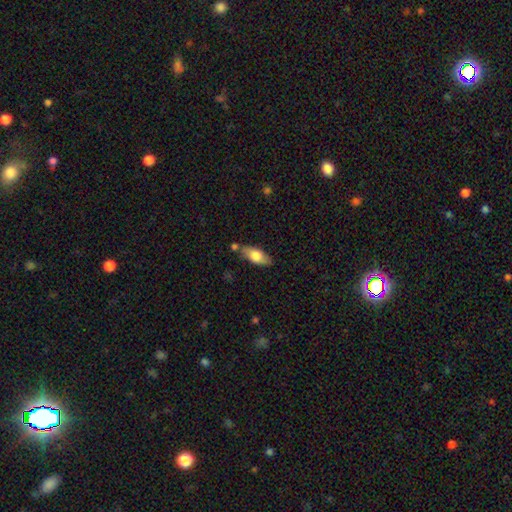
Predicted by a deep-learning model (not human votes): Q: Smooth or featured?
A: smooth (69%); runner-up: featured or disk (25%)
Q: How rounded?
A: in between (80%); runner-up: cigar-shaped (17%)
Q: Merging?
A: none (73%); runner-up: minor disturbance (16%)